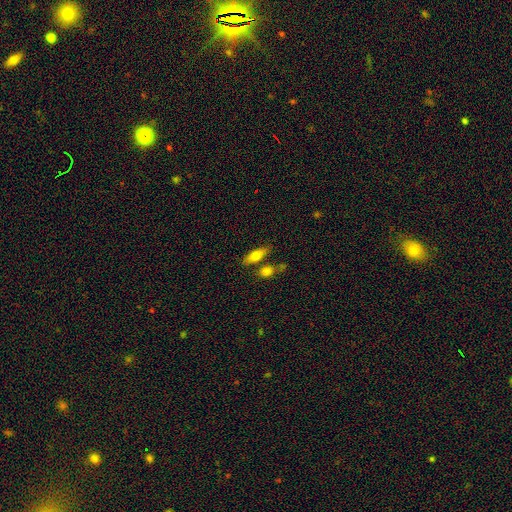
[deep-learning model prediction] smooth 70%, featured or disk 22%, star or artifact 7%. Down the decision tree: how rounded — in between (57%); merging — none (67%).